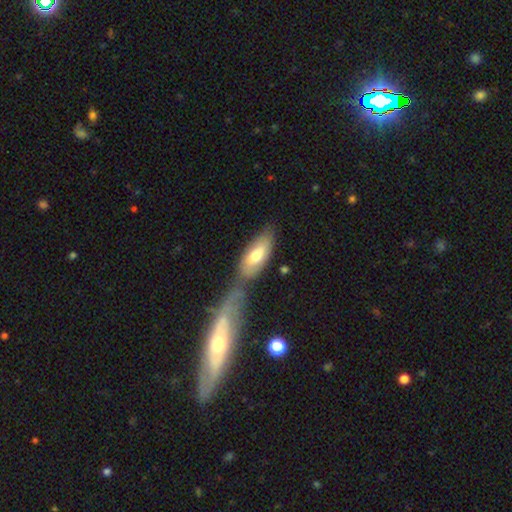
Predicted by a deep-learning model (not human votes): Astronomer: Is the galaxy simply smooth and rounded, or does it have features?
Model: smooth — 66%.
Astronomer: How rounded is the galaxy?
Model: in between — 78%.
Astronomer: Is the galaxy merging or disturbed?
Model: none — 44% (runner-up: merger, 36%).